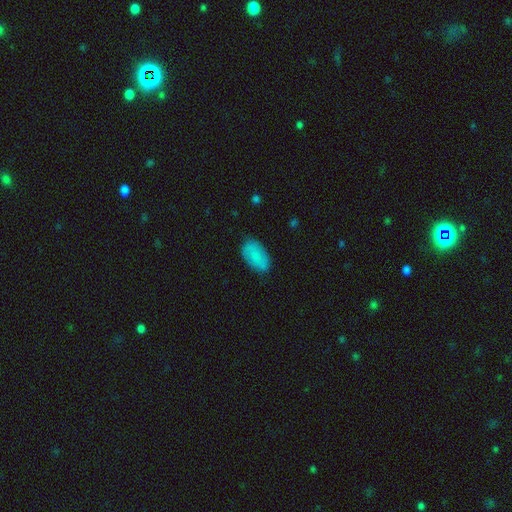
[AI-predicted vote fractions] A smooth galaxy with no disk features (78%) that is in between round and cigar-shaped (94%). Merging: none (81%).